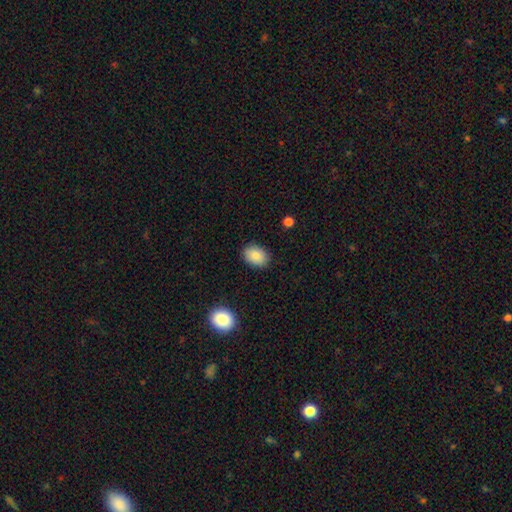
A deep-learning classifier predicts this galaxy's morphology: Smooth or featured: smooth — 86% (star or artifact — 8%)
How rounded: in between — 75% (round — 24%)
Merging: none — 86% (minor disturbance — 10%)